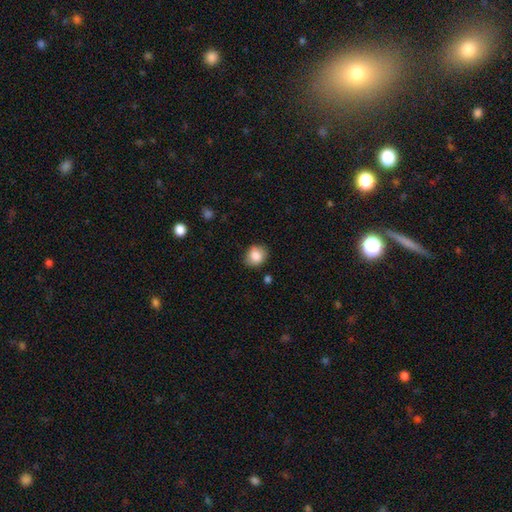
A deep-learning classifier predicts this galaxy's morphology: type=smooth (83%); roundness=round (66%); merging=none (79%).